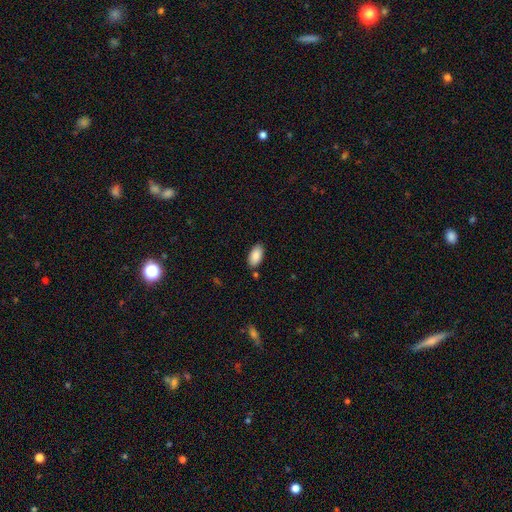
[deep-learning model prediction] Smooth or featured?
  - smooth: 88% *
  - star or artifact: 7%
  - featured or disk: 6%
How rounded?
  - in between: 95% *
  - round: 3%
  - cigar-shaped: 2%
Merging?
  - none: 83% *
  - minor disturbance: 11%
  - merger: 3%
  - major disturbance: 2%